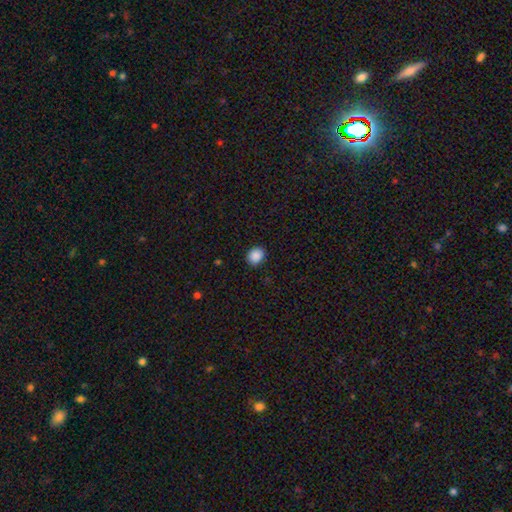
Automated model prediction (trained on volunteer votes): Overall: smooth (89%). How rounded: round (59%; in between 41%). Merging: none (90%).